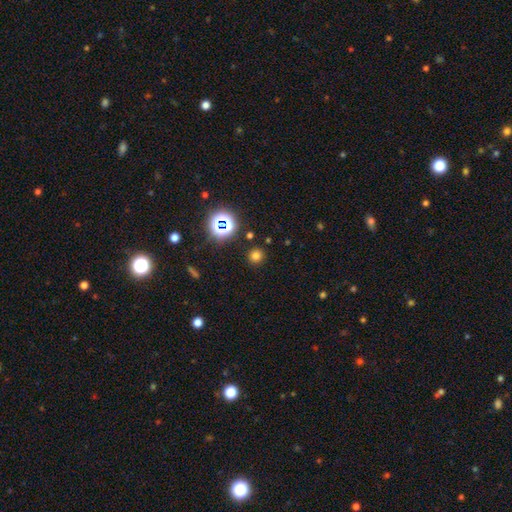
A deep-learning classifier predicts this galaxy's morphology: The model was most divided on "smooth or featured": smooth: 71%, star or artifact: 24%, featured or disk: 6%. More confident: how rounded — round (90%); merging — none (88%).